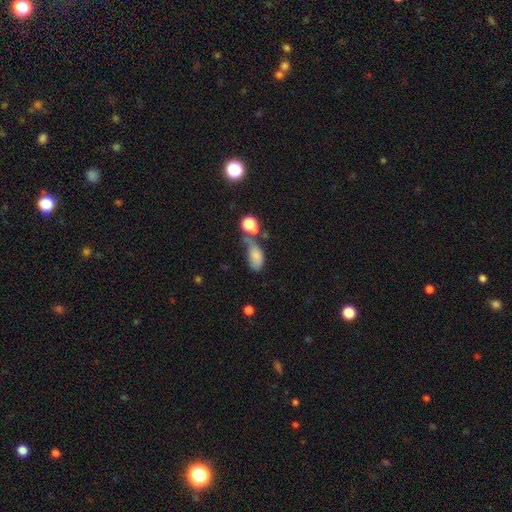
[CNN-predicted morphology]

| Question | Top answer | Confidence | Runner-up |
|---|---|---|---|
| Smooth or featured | smooth | 75% | featured or disk (14%) |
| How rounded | in between | 87% | round (9%) |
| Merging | none | 29% | merger (26%) |